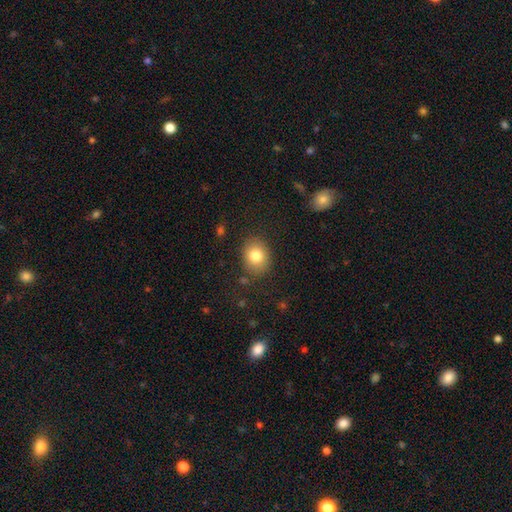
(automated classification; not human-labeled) Overall: smooth (81%). How rounded: round (57%; in between 42%). Merging: none (85%).